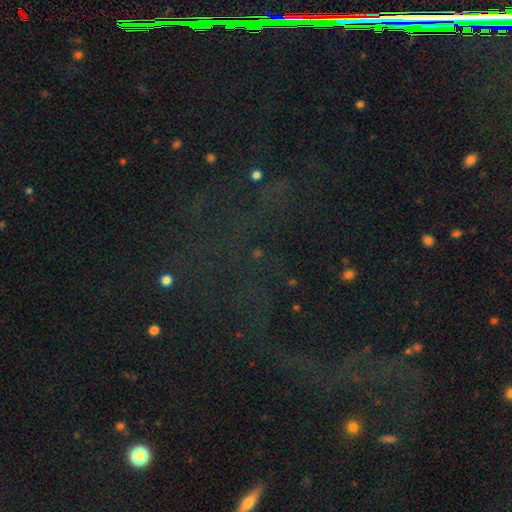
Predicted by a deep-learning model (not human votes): Smooth or featured? Predicted: star or artifact (p=0.71).